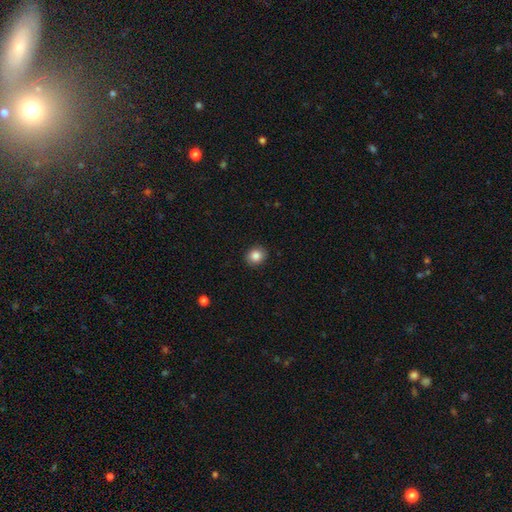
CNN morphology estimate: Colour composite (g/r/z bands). It shows a smooth galaxy with no disk features (86%) that is round (73%). Merging: none (89%).